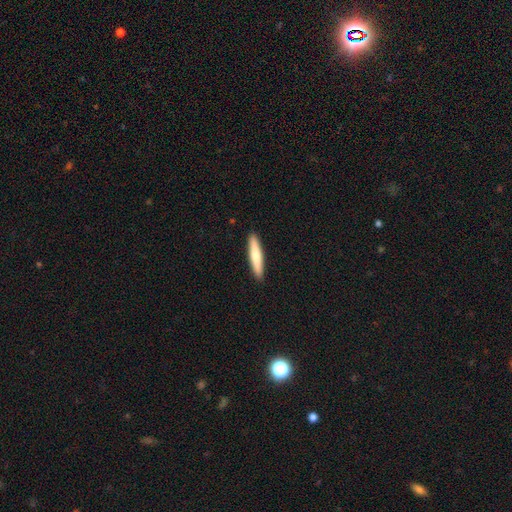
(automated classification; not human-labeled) Q: Smooth or featured?
A: smooth (69%); runner-up: featured or disk (27%)
Q: How rounded?
A: cigar-shaped (90%); runner-up: in between (9%)
Q: Merging?
A: none (92%); runner-up: minor disturbance (6%)